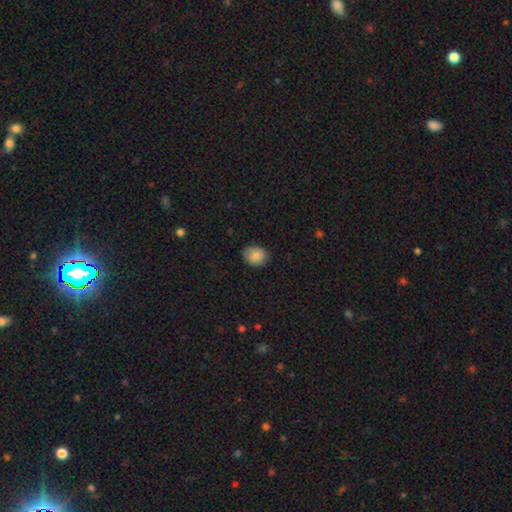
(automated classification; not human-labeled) A smooth galaxy with no disk features (85%) that is round (52%). Merging: none (84%).